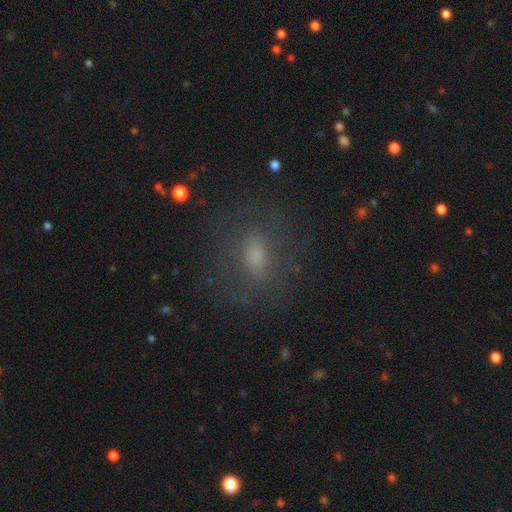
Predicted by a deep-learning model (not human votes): Overall: smooth (56%; featured or disk 28%). How rounded: in between (70%). Merging: none (73%).